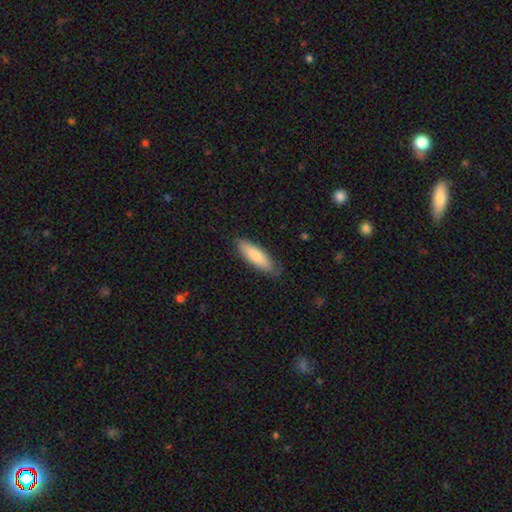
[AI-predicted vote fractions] smooth_or_featured: smooth (p=0.79) [alt: featured or disk p=0.16]
how_rounded: in between (p=0.52) [alt: cigar-shaped p=0.47]
merging: none (p=0.81) [alt: minor disturbance p=0.15]